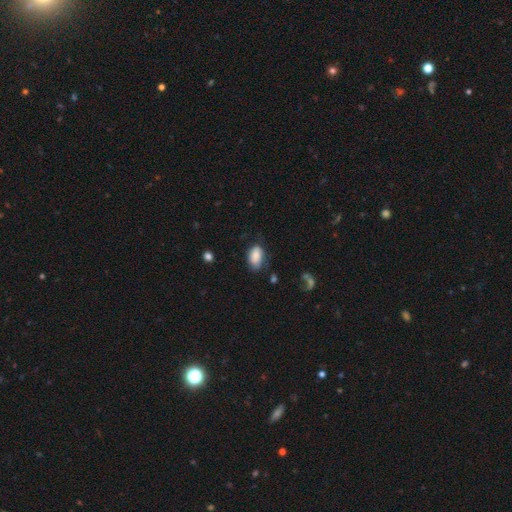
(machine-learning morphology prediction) smooth_or_featured: smooth (p=0.82) [alt: featured or disk p=0.11]
how_rounded: in between (p=0.92) [alt: round p=0.06]
merging: none (p=0.59) [alt: minor disturbance p=0.30]